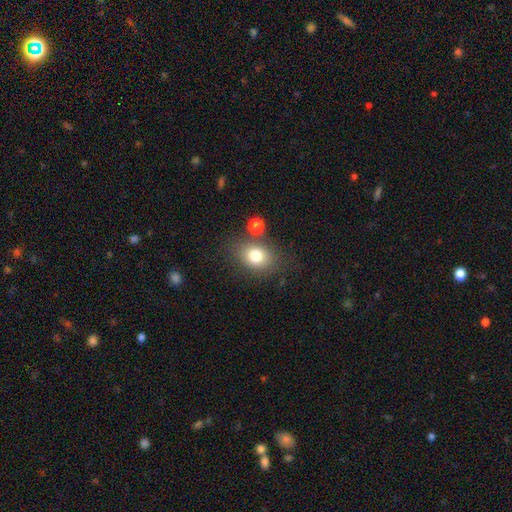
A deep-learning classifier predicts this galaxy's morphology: Smooth or featured? smooth (78%)
How rounded? in between (54%)
Merging? none (72%)